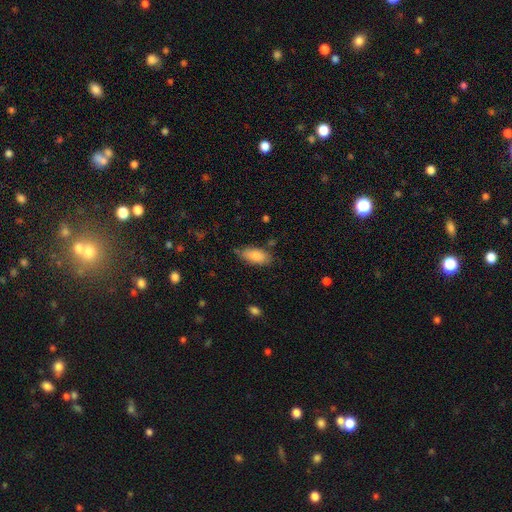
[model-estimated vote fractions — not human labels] Smooth or featured?
  - smooth: 85% *
  - featured or disk: 9%
  - star or artifact: 7%
How rounded?
  - in between: 89% *
  - cigar-shaped: 9%
  - round: 2%
Merging?
  - none: 72% *
  - minor disturbance: 21%
  - major disturbance: 4%
  - merger: 3%